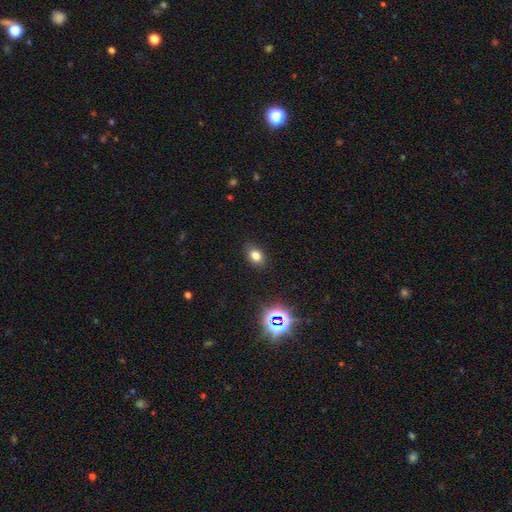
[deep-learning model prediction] Q: Smooth or featured?
A: smooth (77%); runner-up: star or artifact (16%)
Q: How rounded?
A: in between (76%); runner-up: round (23%)
Q: Merging?
A: none (85%); runner-up: minor disturbance (11%)